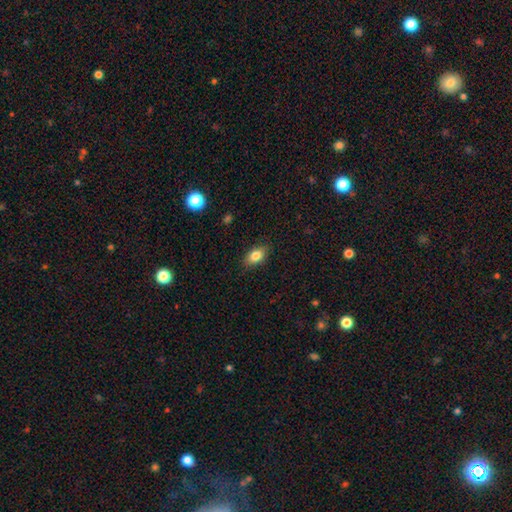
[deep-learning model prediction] Overall: smooth (83%). How rounded: in between (86%). Merging: none (86%).